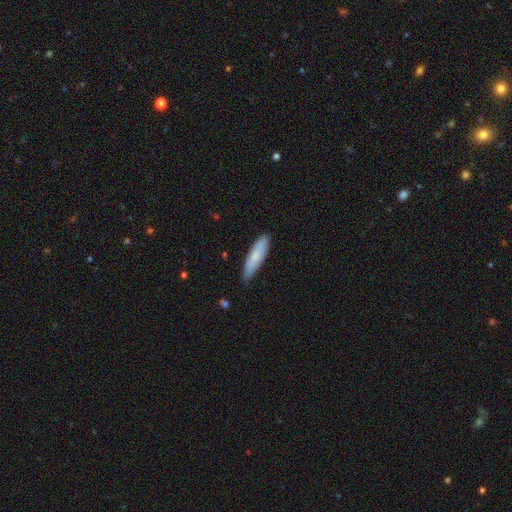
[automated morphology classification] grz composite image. It shows a smooth galaxy with no disk features (75%) that is cigar-shaped (74%). Merging: none (83%).